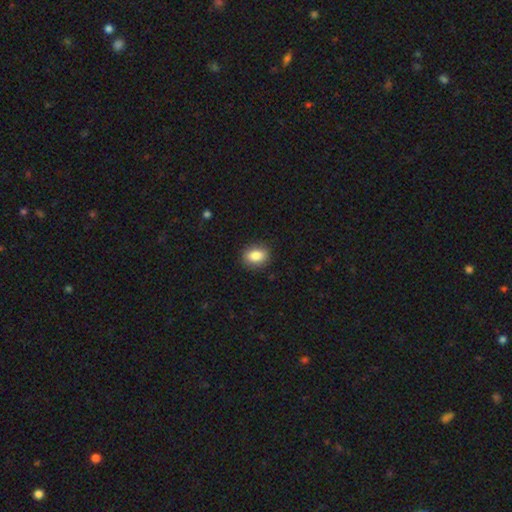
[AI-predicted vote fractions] Morphology: type=smooth (84%); roundness=in between (66%); merging=none (87%).